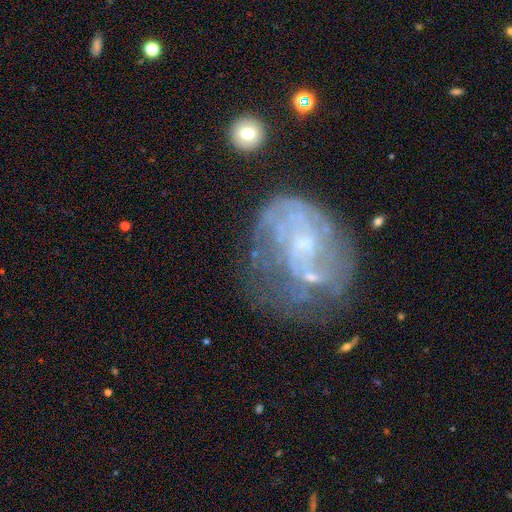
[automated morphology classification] Smooth or featured? featured or disk (69%)
Edge-on disk? no (97%)
Bar? no (72%)
Spiral arms? yes (56%)
Bulge size? small (58%)
Merging? none (39%)